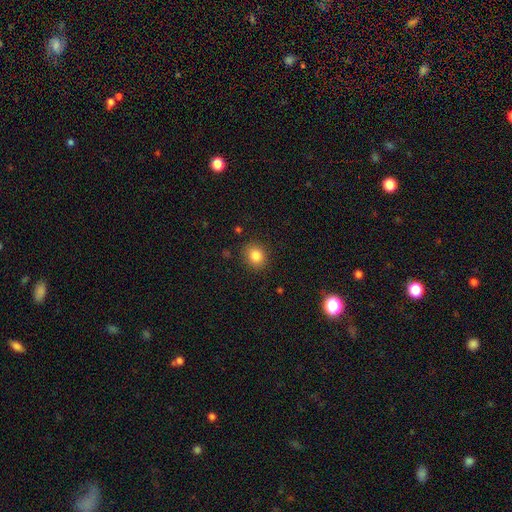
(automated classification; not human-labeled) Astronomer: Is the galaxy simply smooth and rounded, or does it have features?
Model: smooth — 84%.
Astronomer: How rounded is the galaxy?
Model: round — 72%.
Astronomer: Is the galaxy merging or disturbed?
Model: none — 87%.